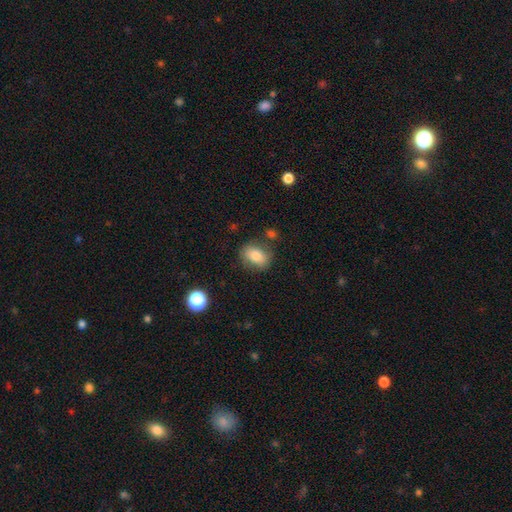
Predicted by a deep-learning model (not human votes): The model was most divided on "how rounded": in between: 68%, round: 31%, cigar-shaped: 2%. More confident: smooth or featured — smooth (78%); merging — none (76%).